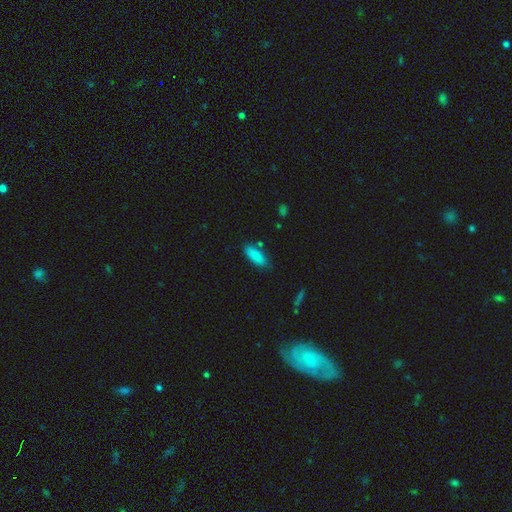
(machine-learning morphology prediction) Smooth or featured?
  - smooth: 87% *
  - star or artifact: 7%
  - featured or disk: 6%
How rounded?
  - in between: 69% *
  - cigar-shaped: 29%
  - round: 2%
Merging?
  - none: 77% *
  - minor disturbance: 16%
  - merger: 4%
  - major disturbance: 3%